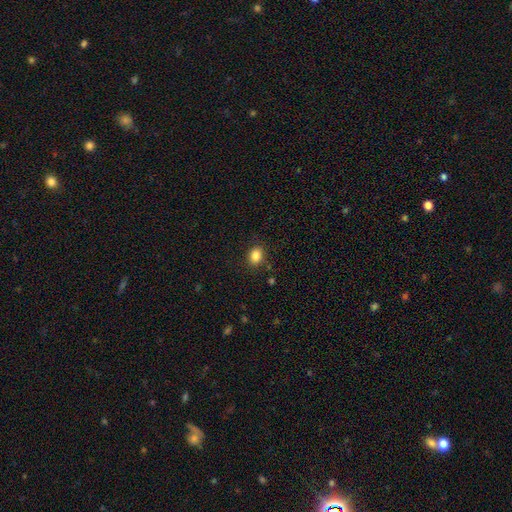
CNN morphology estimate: The model was most divided on "how rounded": in between: 55%, round: 44%, cigar-shaped: 1%. More confident: merging — none (86%); smooth or featured — smooth (85%).